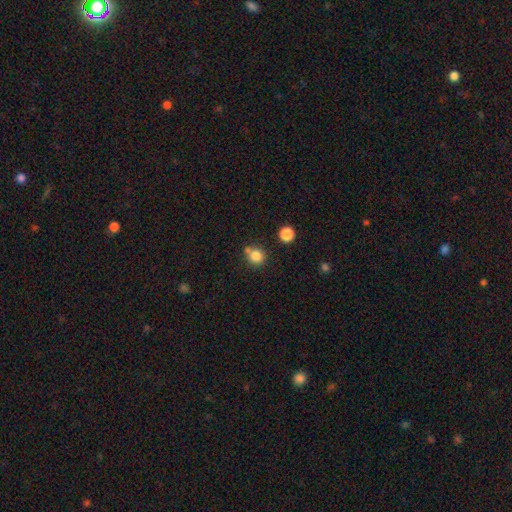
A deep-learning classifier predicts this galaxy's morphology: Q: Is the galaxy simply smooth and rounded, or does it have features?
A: smooth — 82%.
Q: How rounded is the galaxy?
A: round — 86%.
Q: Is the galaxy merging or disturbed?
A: none — 63%.